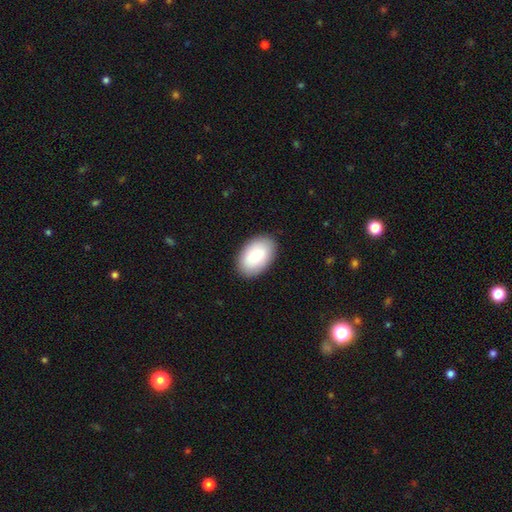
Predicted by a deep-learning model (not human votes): smooth_or_featured: smooth (p=0.85) [alt: featured or disk p=0.09]
how_rounded: in between (p=0.93) [alt: round p=0.06]
merging: none (p=0.88) [alt: minor disturbance p=0.09]